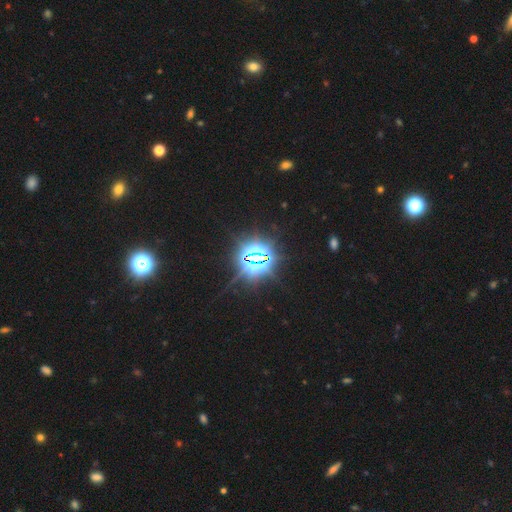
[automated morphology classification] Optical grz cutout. It shows a star or artifact, not a galaxy (84%).